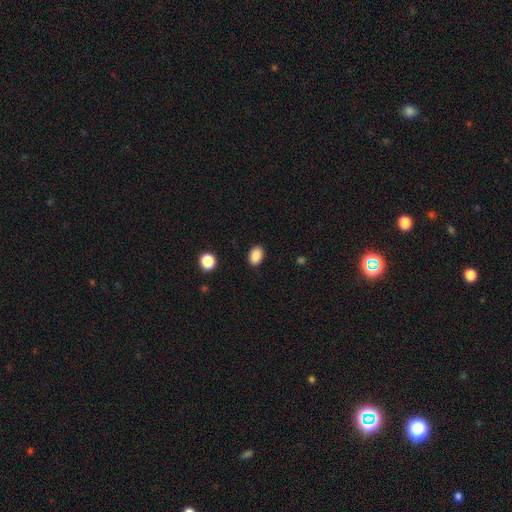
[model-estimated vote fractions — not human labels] A smooth galaxy with no disk features (88%) that is in between round and cigar-shaped (81%). Merging: none (88%).